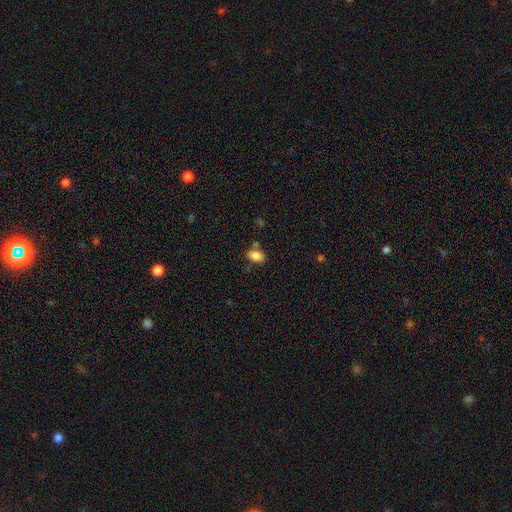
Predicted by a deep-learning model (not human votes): Overall: smooth (85%). How rounded: in between (85%). Merging: none (71%).